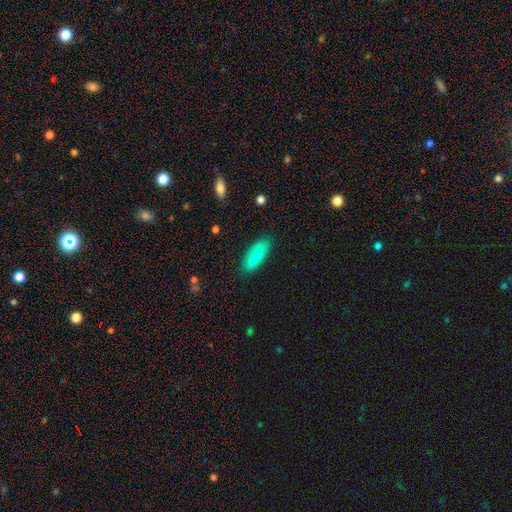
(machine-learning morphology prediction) smooth_or_featured: smooth (p=0.81) [alt: featured or disk p=0.13]
how_rounded: in between (p=0.60) [alt: cigar-shaped p=0.38]
merging: none (p=0.87) [alt: minor disturbance p=0.09]